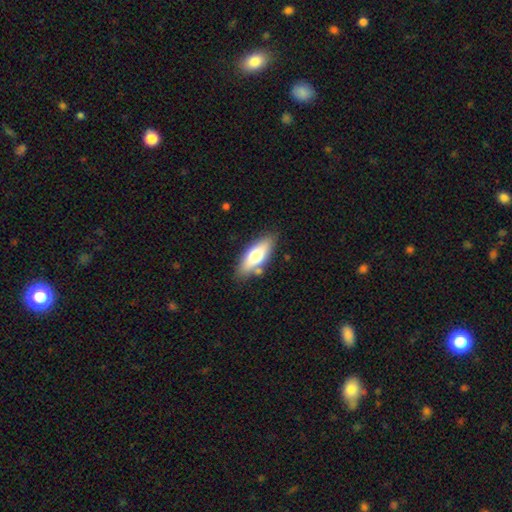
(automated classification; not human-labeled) A smooth galaxy with no disk features (63%) that is in between round and cigar-shaped (66%).

Vote fractions:
- Smooth or featured? smooth: 63% / featured or disk: 31% / star or artifact: 6%
- How rounded? in between: 66% / cigar-shaped: 31% / round: 3%
- Merging? none: 80% / minor disturbance: 12% / merger: 5% / major disturbance: 3%